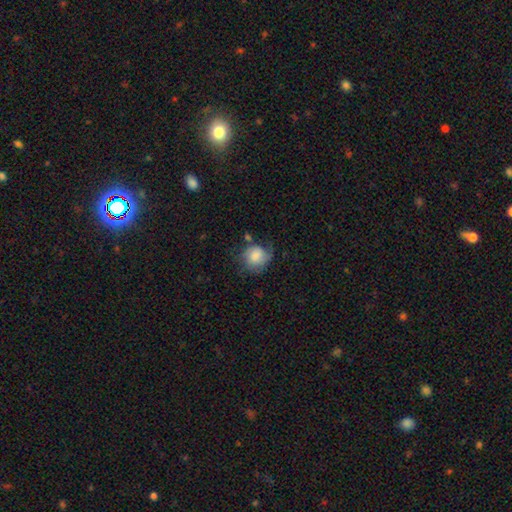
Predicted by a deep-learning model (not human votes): This is likely a smooth galaxy (68%). How rounded: likely round (77%). Merging: possibly none (47%).